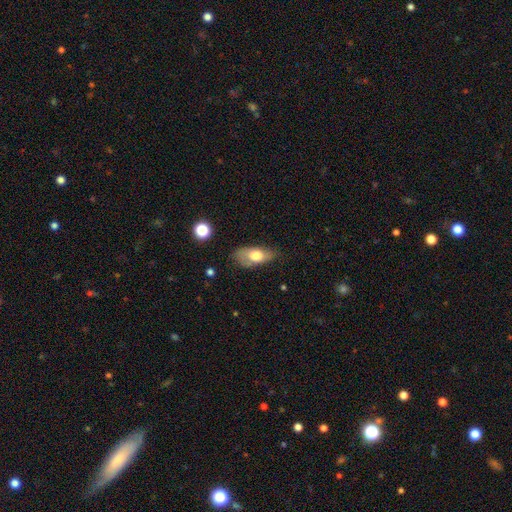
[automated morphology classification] This appears to be a smooth galaxy with no disk features (66%) that is in between round and cigar-shaped (87%). Merging: none (54%).